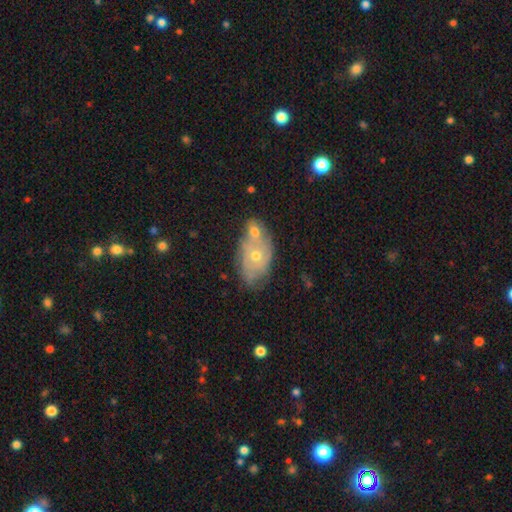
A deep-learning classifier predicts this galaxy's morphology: Overall: featured or disk (58%; smooth 33%). Edge-on disk: no (93%). Bar: no (84%). Spiral arms: yes (55%; no 45%). Bulge size: moderate (54%; small 43%). Merging: none (43%; merger 33%).